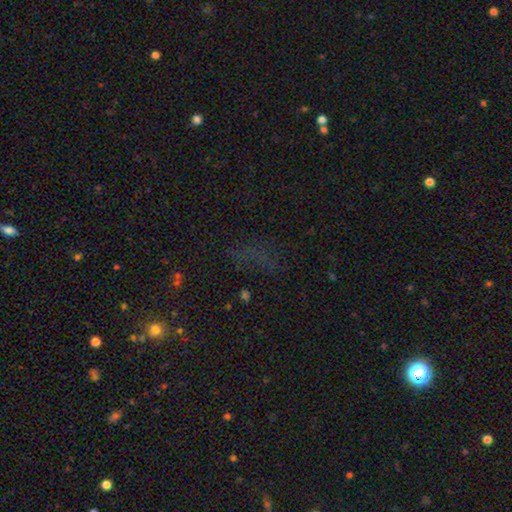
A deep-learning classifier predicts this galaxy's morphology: Smooth or featured?
  - star or artifact: 59% *
  - smooth: 28%
  - featured or disk: 13%